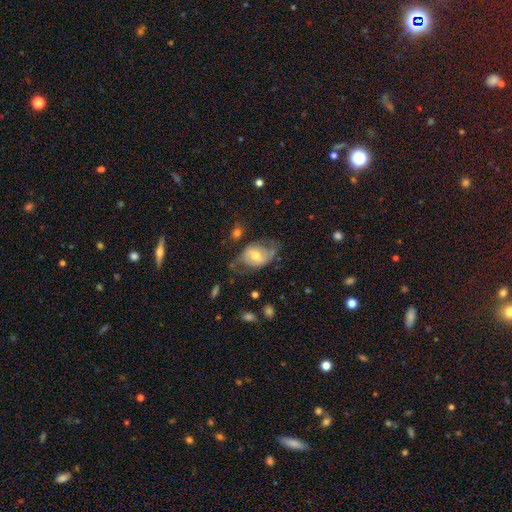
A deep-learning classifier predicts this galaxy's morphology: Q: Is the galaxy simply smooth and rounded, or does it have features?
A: featured or disk — 53%.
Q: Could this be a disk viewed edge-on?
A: no — 94%.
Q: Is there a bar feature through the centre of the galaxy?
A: weak — 43%.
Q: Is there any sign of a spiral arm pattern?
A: yes — 61%.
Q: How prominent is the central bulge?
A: moderate — 63%.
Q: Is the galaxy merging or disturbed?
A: none — 46%.